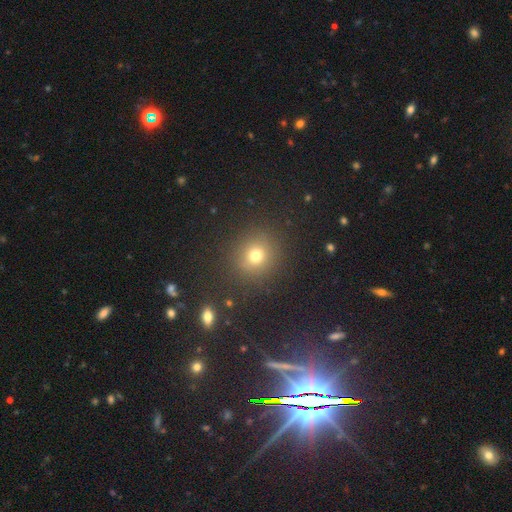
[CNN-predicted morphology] This appears to be a smooth galaxy with no disk features (72%) that is round (86%). Merging: none (87%).